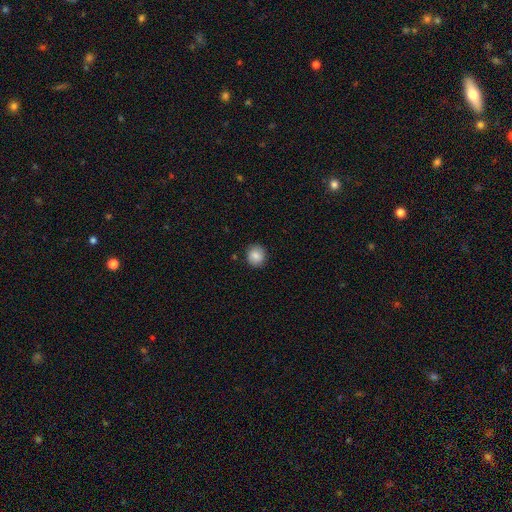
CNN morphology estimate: smooth-or-featured: smooth: 85% | star or artifact: 9% | featured or disk: 7%
  how-rounded: round: 88% | in between: 11% | cigar-shaped: 1%
  merging: none: 89% | minor disturbance: 7% | major disturbance: 2% | merger: 1%